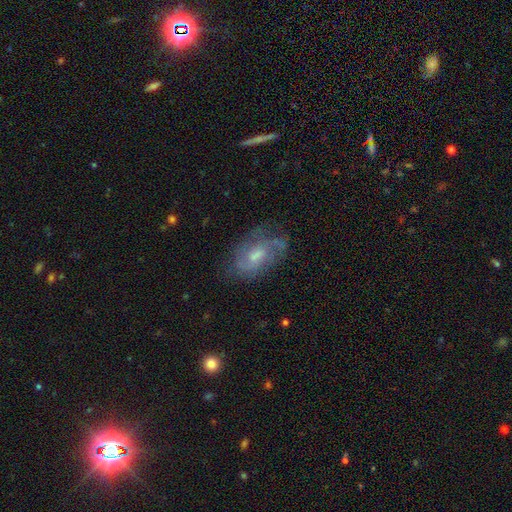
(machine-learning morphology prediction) A featured or disk galaxy (69%) with no bar (49%), 2 (38%) medium (45%) spiral arms (85%) and a moderate central bulge (46%). Merging: none (63%).